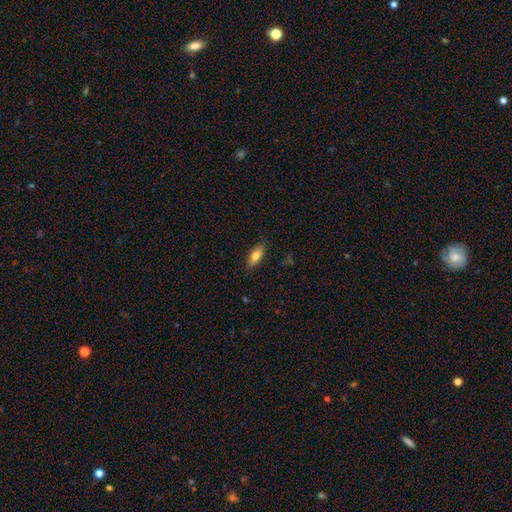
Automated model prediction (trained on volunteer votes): This is likely a smooth galaxy (76%). How rounded: likely in between (80%). Merging: clearly none (85%).